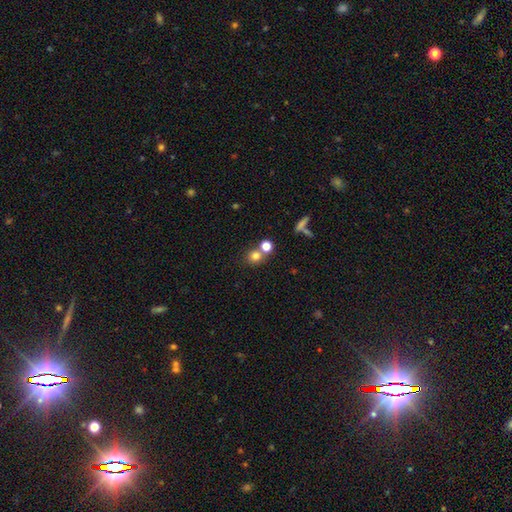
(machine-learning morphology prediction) The model was most divided on "merging": none: 56%, merger: 34%, minor disturbance: 7%, major disturbance: 3%. More confident: how rounded — round (85%); smooth or featured — smooth (76%).